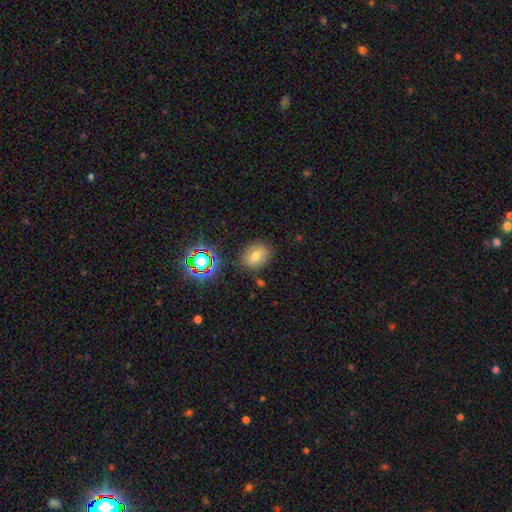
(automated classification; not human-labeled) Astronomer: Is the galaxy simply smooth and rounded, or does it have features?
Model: smooth — 70%.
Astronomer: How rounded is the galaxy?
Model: in between — 50% (runner-up: round, 49%).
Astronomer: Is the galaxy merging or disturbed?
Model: none — 83%.